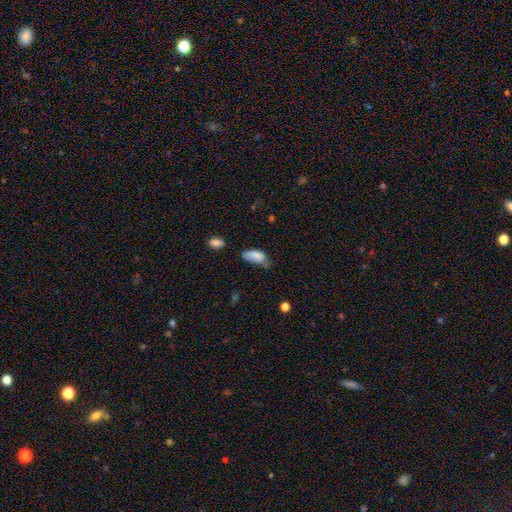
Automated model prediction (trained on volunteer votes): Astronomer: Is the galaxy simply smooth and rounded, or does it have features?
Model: smooth — 82%.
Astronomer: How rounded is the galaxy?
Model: in between — 90%.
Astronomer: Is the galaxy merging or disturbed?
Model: minor disturbance — 44% (runner-up: none, 37%).